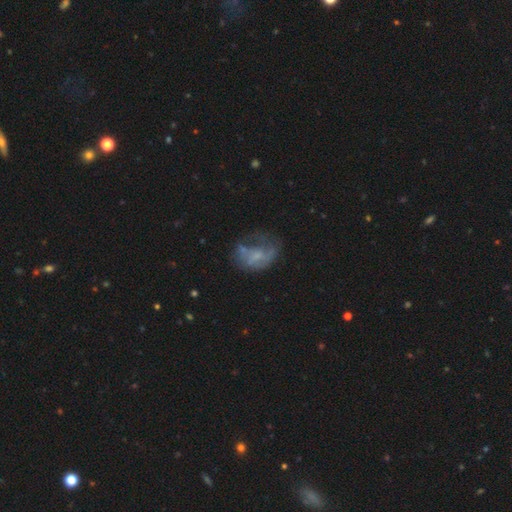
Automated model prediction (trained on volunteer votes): Morphology: type=featured or disk (50%); merging=major disturbance (36%).